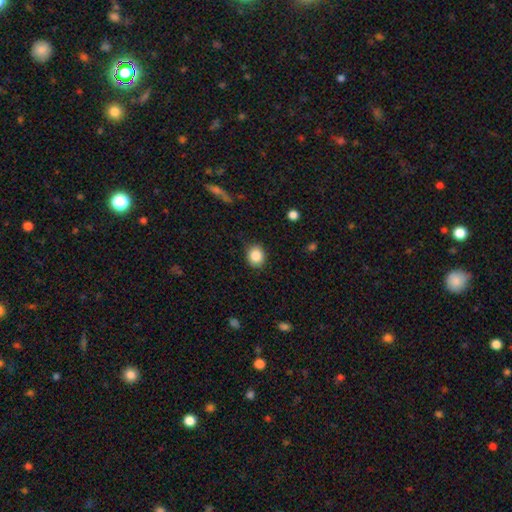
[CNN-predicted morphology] Smooth or featured? Predicted: smooth (p=0.86). How rounded? Predicted: round (p=0.69). Merging? Predicted: none (p=0.84).